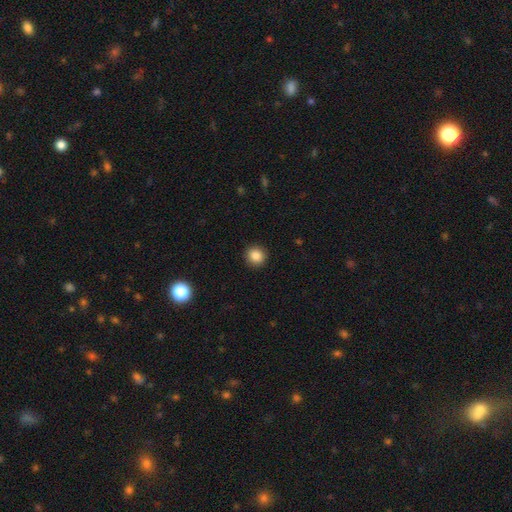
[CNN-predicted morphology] This is clearly a smooth galaxy (86%). How rounded: clearly round (93%). Merging: clearly none (93%).